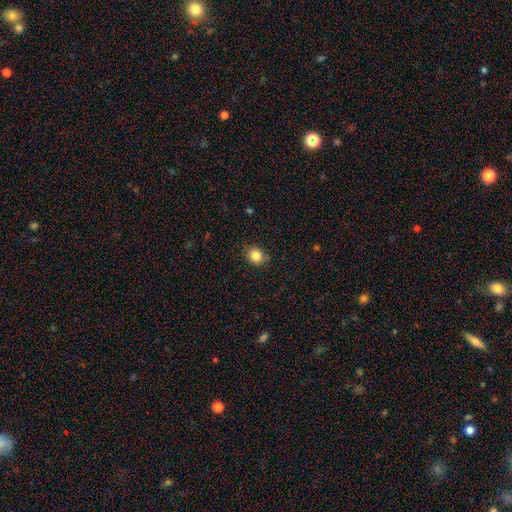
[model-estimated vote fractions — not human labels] Smooth or featured? Predicted: smooth (p=0.84). How rounded? Predicted: round (p=0.68). Merging? Predicted: none (p=0.82).